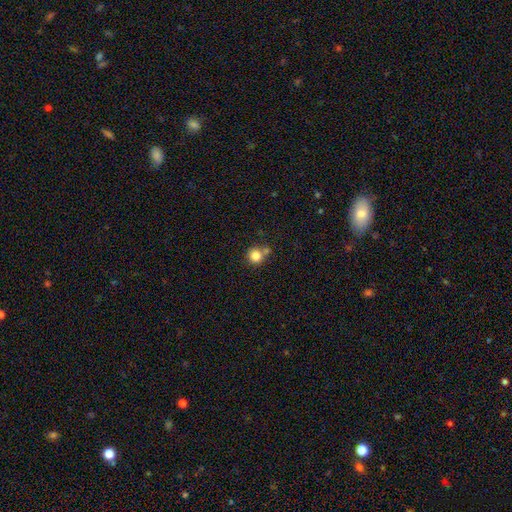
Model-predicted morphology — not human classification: Smooth or featured? smooth (83%)
How rounded? round (92%)
Merging? none (64%)